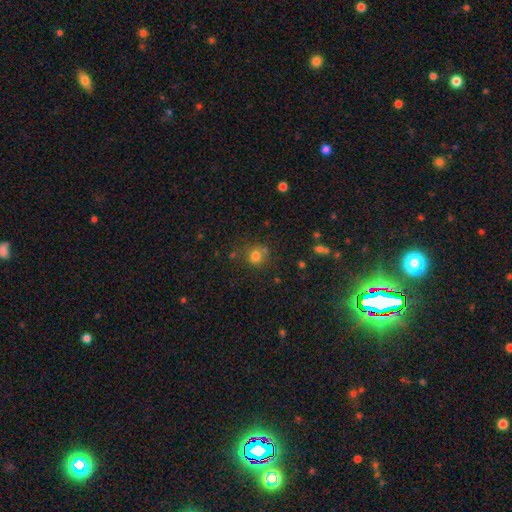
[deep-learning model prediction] This is likely a smooth galaxy (76%). How rounded: clearly round (86%). Merging: likely none (68%).